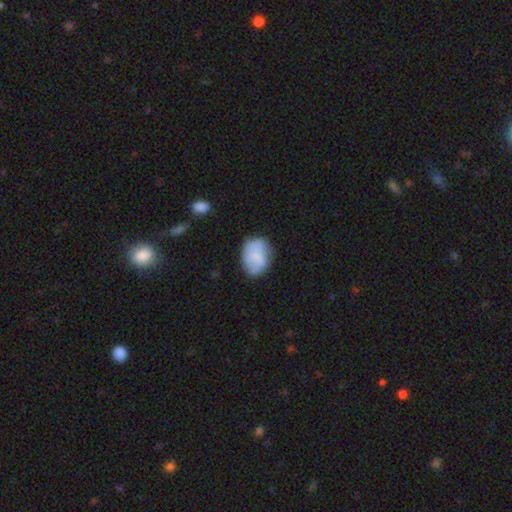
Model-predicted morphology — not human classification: Smooth or featured: smooth — 66% (featured or disk — 27%)
How rounded: in between — 71% (round — 28%)
Merging: none — 61% (minor disturbance — 26%)